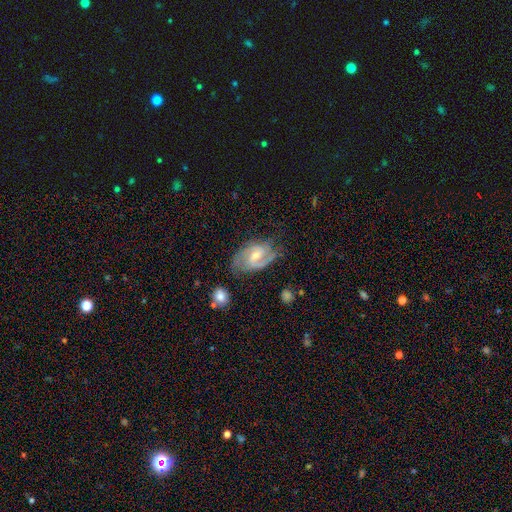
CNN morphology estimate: This is clearly a featured or disk galaxy (86%). It is clearly not viewed edge-on (97%). Bar: possibly weak (59%). Spiral arm pattern: clearly yes (97%). Spiral arm count: clearly 2 (85%). Spiral winding: possibly medium (53%). Central bulge: possibly moderate (50%). Merging: likely none (68%).